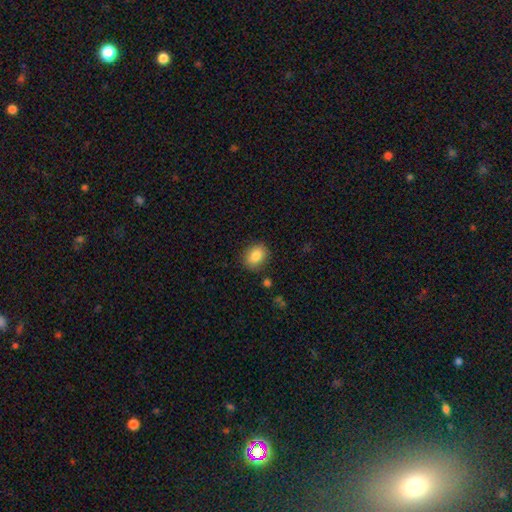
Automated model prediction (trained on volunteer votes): Smooth or featured: smooth — 85% (star or artifact — 8%)
How rounded: in between — 54% (round — 45%)
Merging: none — 84% (minor disturbance — 11%)